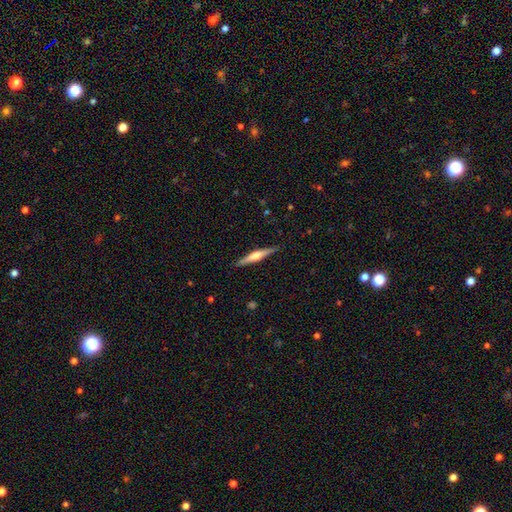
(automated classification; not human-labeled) Overall: featured or disk (65%; smooth 29%). Edge-on disk: yes (98%). Edge-on bulge: rounded (84%). Merging: none (90%).